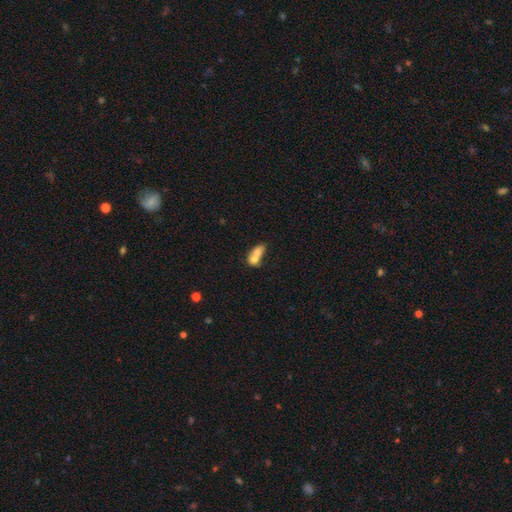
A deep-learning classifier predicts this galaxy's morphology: Q: Smooth or featured?
A: smooth (66%); runner-up: featured or disk (25%)
Q: How rounded?
A: in between (70%); runner-up: round (25%)
Q: Merging?
A: merger (73%); runner-up: none (16%)